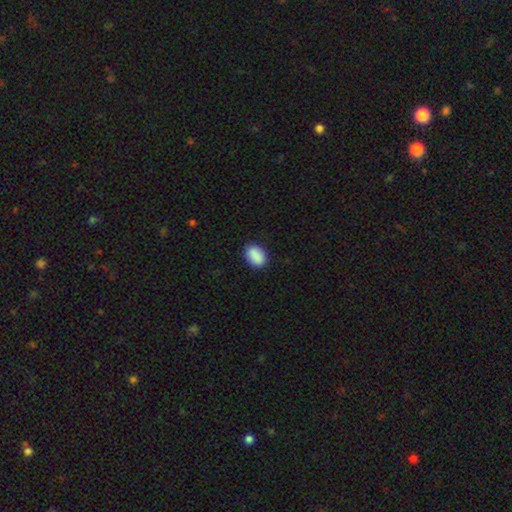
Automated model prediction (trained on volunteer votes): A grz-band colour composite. It shows a smooth galaxy with no disk features (90%) that is in between round and cigar-shaped (86%). Merging: none (87%).